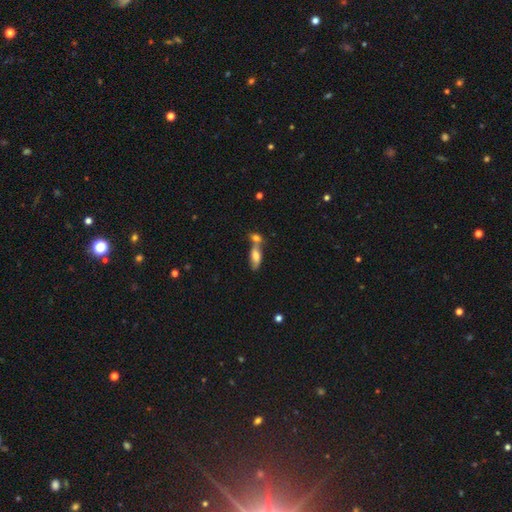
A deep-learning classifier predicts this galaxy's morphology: type=smooth (66%); roundness=in between (71%); merging=merger (49%).